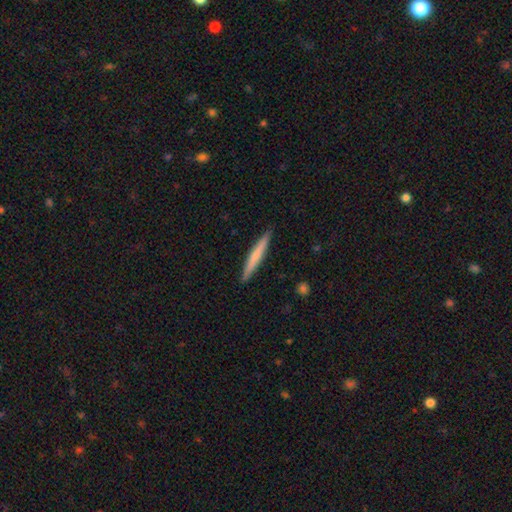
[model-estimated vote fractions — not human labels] Overall: smooth (63%; featured or disk 31%). How rounded: cigar-shaped (96%). Merging: none (91%).